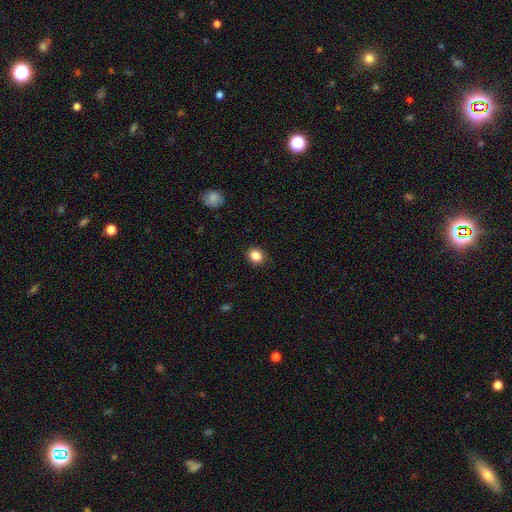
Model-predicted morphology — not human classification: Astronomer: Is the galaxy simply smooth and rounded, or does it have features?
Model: smooth — 85%.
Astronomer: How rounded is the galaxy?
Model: round — 76%.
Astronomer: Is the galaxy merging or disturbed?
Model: none — 90%.